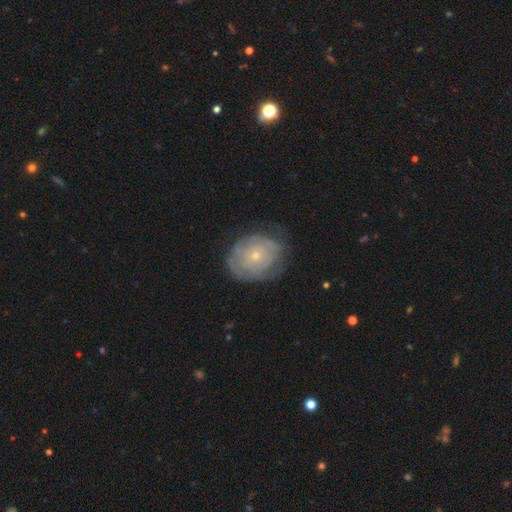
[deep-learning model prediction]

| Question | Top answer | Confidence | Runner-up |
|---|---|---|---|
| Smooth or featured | featured or disk | 60% | smooth (33%) |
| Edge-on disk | no | 97% | yes (3%) |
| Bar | no | 88% | weak (11%) |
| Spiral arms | yes | 63% | no (37%) |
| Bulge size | small | 75% | moderate (21%) |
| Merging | none | 66% | minor disturbance (23%) |